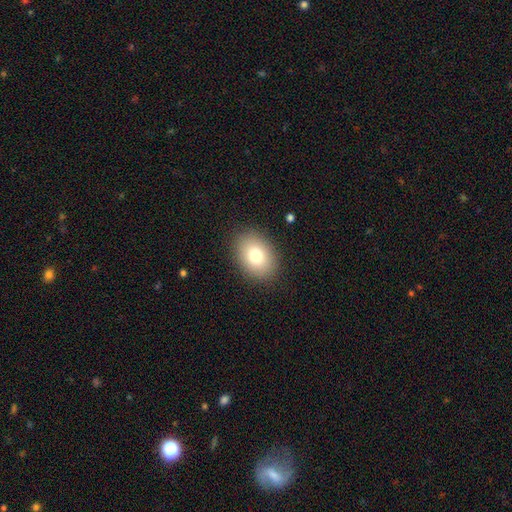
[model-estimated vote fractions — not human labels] smooth 79%, featured or disk 11%, star or artifact 9%. Down the decision tree: how rounded — in between (72%); merging — none (88%).